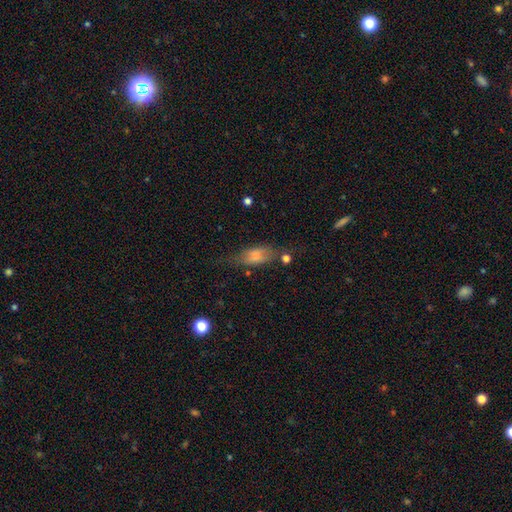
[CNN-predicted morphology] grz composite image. It shows a smooth galaxy with no disk features (66%) that is in between round and cigar-shaped (75%). Merging: none (49%).